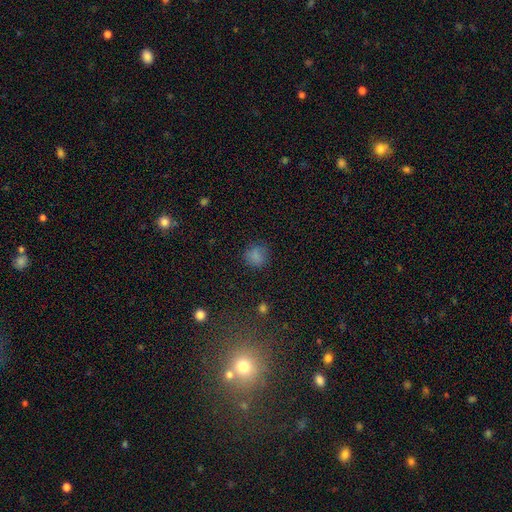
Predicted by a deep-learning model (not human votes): Smooth or featured: smooth — 79% (star or artifact — 15%)
How rounded: round — 85% (in between — 14%)
Merging: none — 80% (minor disturbance — 14%)